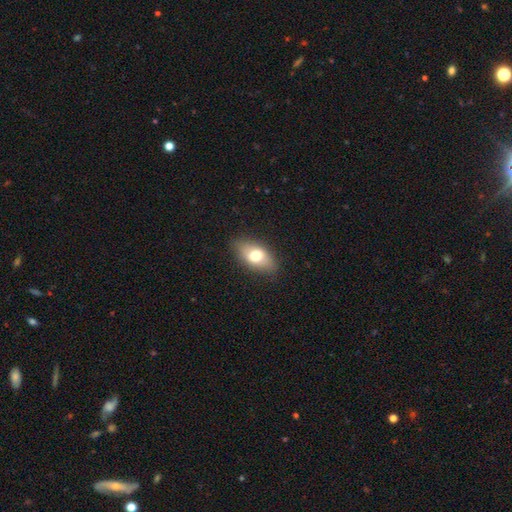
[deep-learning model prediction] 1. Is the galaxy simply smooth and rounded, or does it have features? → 70% smooth, 23% featured or disk, 8% star or artifact.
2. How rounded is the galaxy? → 88% in between, 8% round, 4% cigar-shaped.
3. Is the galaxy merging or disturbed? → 83% none, 13% minor disturbance, 3% major disturbance, 1% merger.